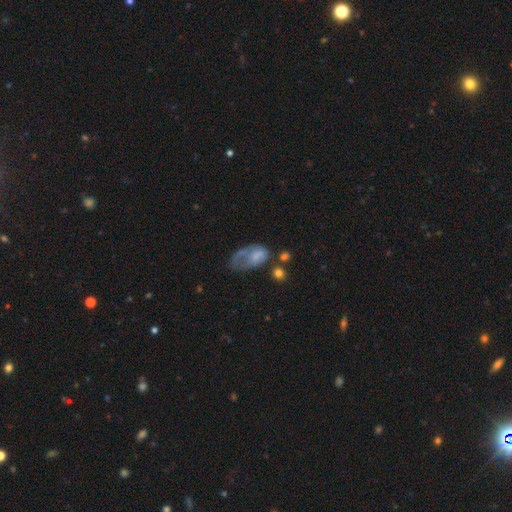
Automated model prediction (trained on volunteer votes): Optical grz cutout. It shows a smooth galaxy with no disk features (55%) that is in between round and cigar-shaped (88%). Merging: major disturbance (45%).